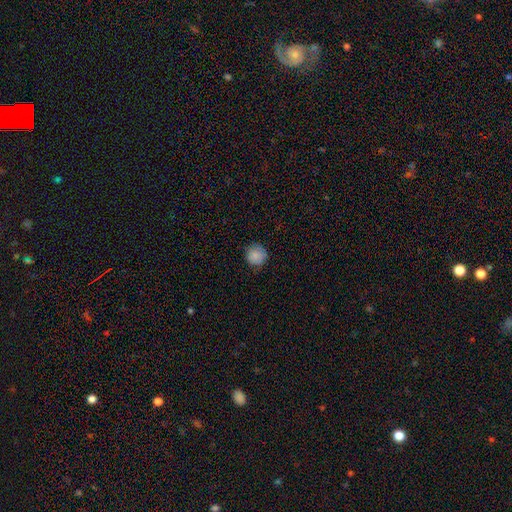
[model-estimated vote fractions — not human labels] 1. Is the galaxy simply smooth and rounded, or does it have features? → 85% smooth, 8% star or artifact, 7% featured or disk.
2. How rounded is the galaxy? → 93% round, 6% in between, 1% cigar-shaped.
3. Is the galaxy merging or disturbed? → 84% none, 13% minor disturbance, 2% major disturbance, 1% merger.